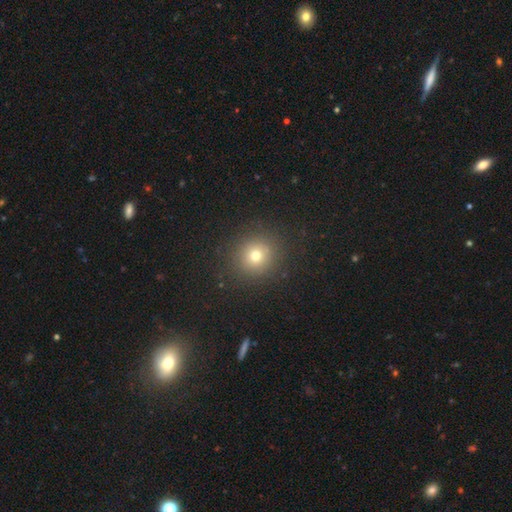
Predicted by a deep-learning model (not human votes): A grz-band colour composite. It shows a smooth galaxy with no disk features (72%) that is round (91%). Merging: none (88%).